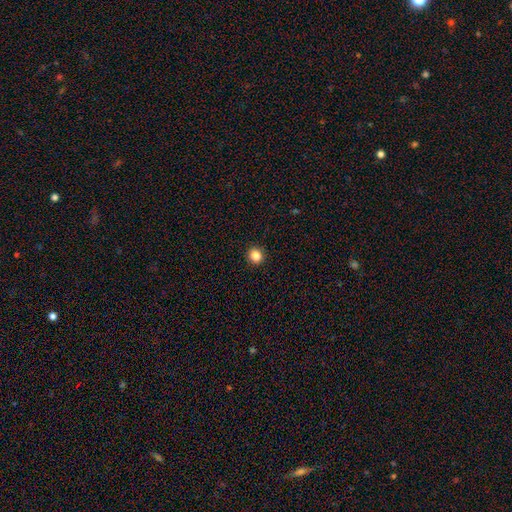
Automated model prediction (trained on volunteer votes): Morphology: type=smooth (85%); roundness=round (91%); merging=none (93%).